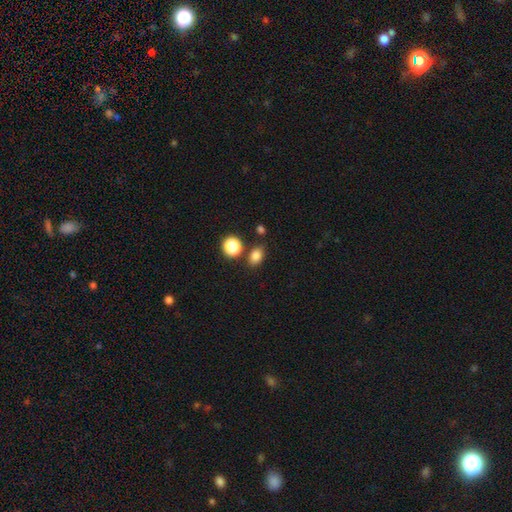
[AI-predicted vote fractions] This appears to be a smooth galaxy with no disk features (83%) that is in between round and cigar-shaped (71%). Merging: none (78%).